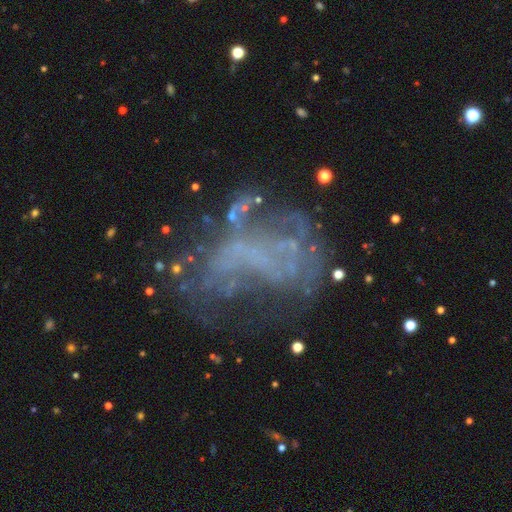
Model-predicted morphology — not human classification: type=featured or disk (59%); edge-on=no (98%); bar=no (85%); spiral arms=no (80%); bulge=none (85%); merging=major disturbance (40%).